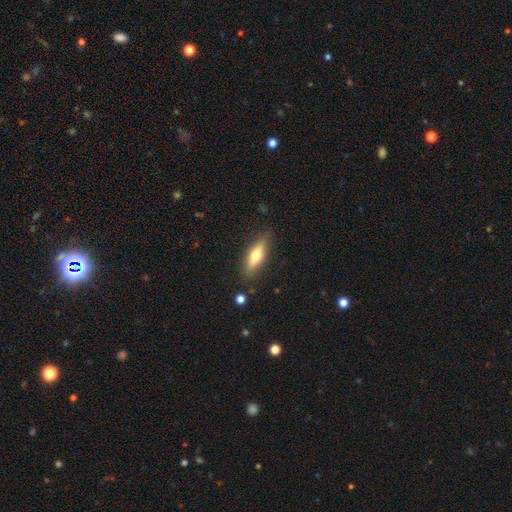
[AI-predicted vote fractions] This is likely a smooth galaxy (62%). How rounded: possibly cigar-shaped (49%). Merging: clearly none (84%).